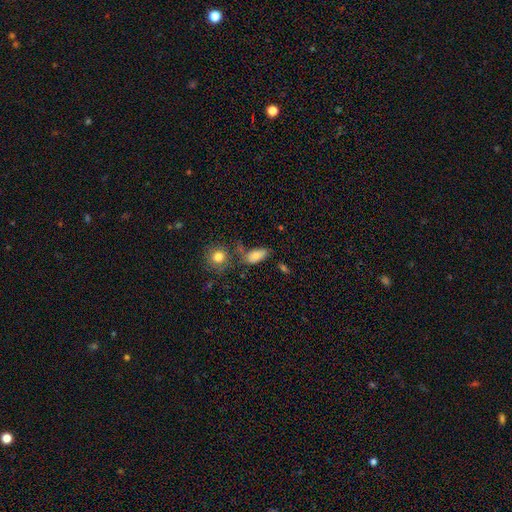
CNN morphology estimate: smooth-or-featured: smooth: 79% | featured or disk: 12% | star or artifact: 9%
  how-rounded: in between: 88% | round: 7% | cigar-shaped: 5%
  merging: none: 53% | minor disturbance: 24% | merger: 14% | major disturbance: 9%